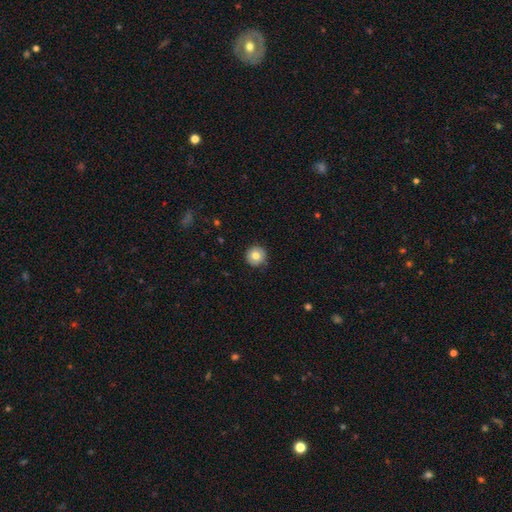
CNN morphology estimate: Smooth or featured? Predicted: smooth (p=0.76). How rounded? Predicted: round (p=0.96). Merging? Predicted: none (p=0.89).